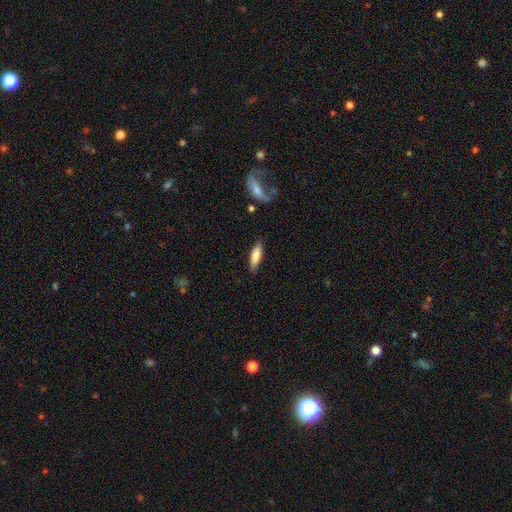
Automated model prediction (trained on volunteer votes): Overall: smooth (81%). How rounded: cigar-shaped (51%; in between 47%). Merging: none (83%).